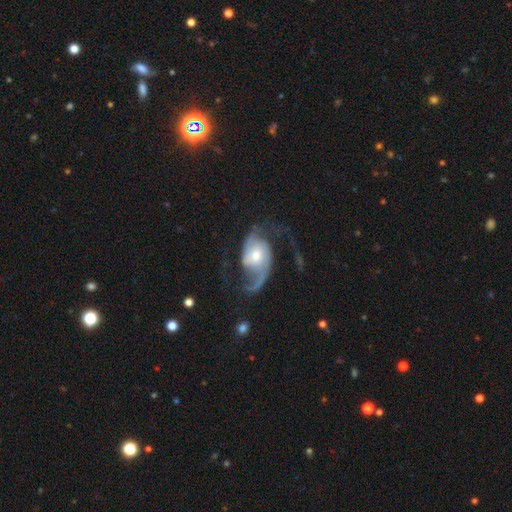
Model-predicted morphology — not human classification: Smooth or featured?
  - featured or disk: 85% *
  - smooth: 10%
  - star or artifact: 5%
Edge-on disk?
  - no: 97% *
  - yes: 3%
Bar?
  - no: 59% *
  - weak: 32%
  - strong: 9%
Spiral arms?
  - yes: 96% *
  - no: 4%
Spiral winding?
  - loose: 64% *
  - medium: 29%
  - tight: 7%
Spiral arm count?
  - 2: 85% *
  - 1: 8%
  - can't tell: 3%
  - 3: 2%
  - 4: 1%
  - more than 4: 1%
Bulge size?
  - moderate: 54% *
  - small: 32%
  - large: 10%
  - none: 2%
  - dominant: 2%
Merging?
  - none: 51% *
  - major disturbance: 30%
  - minor disturbance: 17%
  - merger: 3%